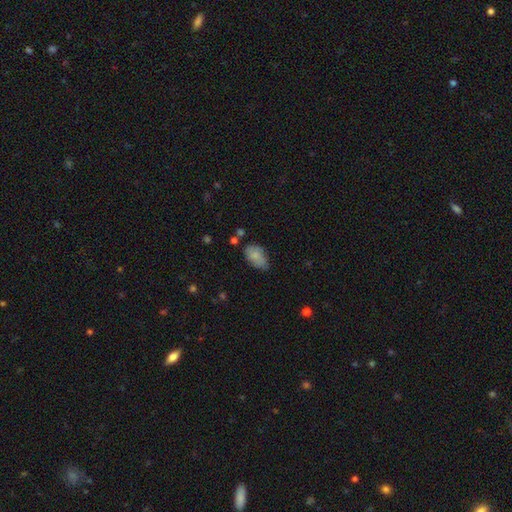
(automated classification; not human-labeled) Smooth or featured? Predicted: smooth (p=0.79). How rounded? Predicted: in between (p=0.91). Merging? Predicted: none (p=0.49).